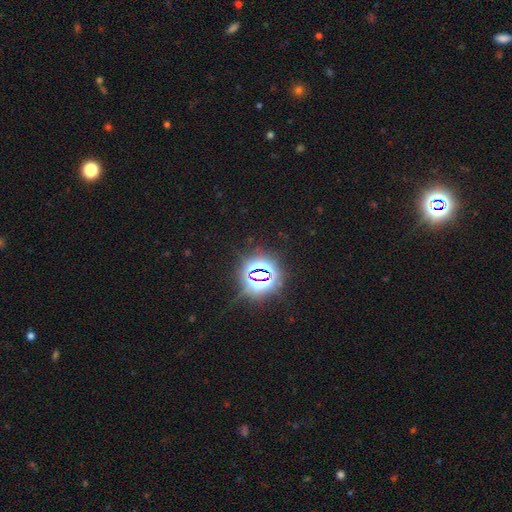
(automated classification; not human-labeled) Overall: star or artifact (83%).